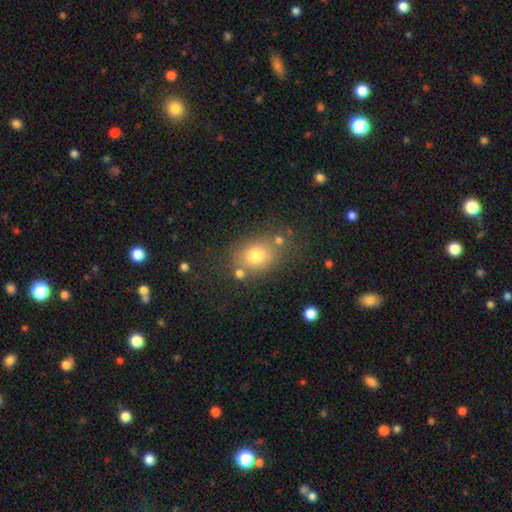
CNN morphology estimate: Smooth or featured? Predicted: smooth (p=0.75). How rounded? Predicted: in between (p=0.55). Merging? Predicted: none (p=0.67).